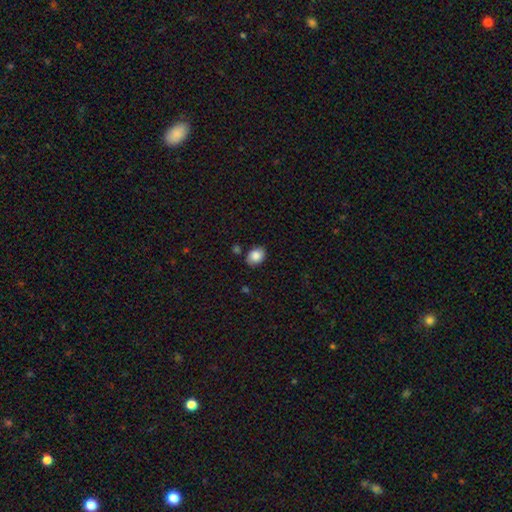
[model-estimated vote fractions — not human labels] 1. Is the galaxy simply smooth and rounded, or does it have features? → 85% smooth, 8% star or artifact, 6% featured or disk.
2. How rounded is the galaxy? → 66% in between, 33% round, 1% cigar-shaped.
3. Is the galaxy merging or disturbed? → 79% none, 15% minor disturbance, 4% merger, 3% major disturbance.